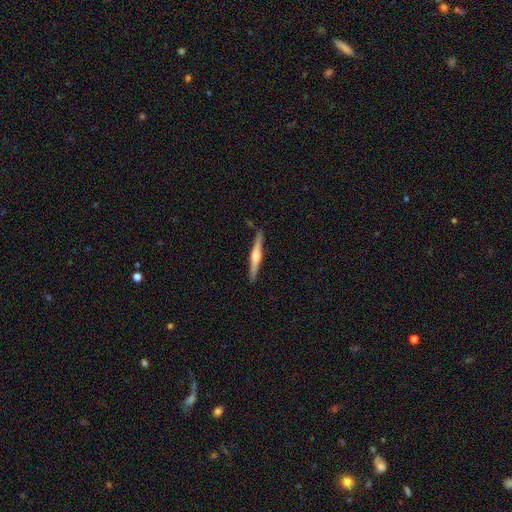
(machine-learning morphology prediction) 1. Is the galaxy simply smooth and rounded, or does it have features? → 68% featured or disk, 27% smooth, 5% star or artifact.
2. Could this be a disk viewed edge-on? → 98% yes, 2% no.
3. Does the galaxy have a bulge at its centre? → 83% rounded, 11% boxy, 6% none.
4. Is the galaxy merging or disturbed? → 90% none, 8% minor disturbance, 1% major disturbance, 1% merger.